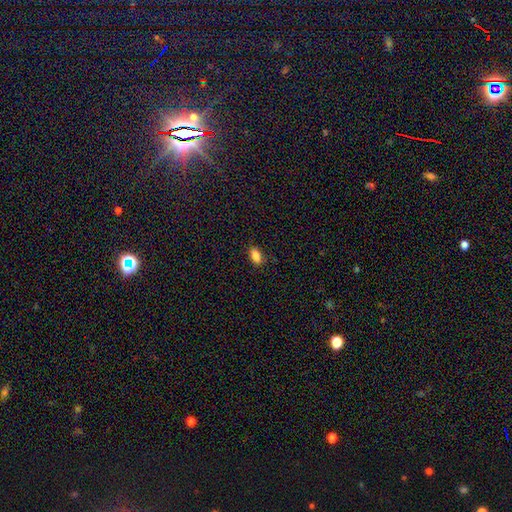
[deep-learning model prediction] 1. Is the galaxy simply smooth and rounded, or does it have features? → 85% smooth, 10% star or artifact, 5% featured or disk.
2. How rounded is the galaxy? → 89% in between, 6% round, 6% cigar-shaped.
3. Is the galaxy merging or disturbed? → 85% none, 11% minor disturbance, 2% major disturbance, 1% merger.